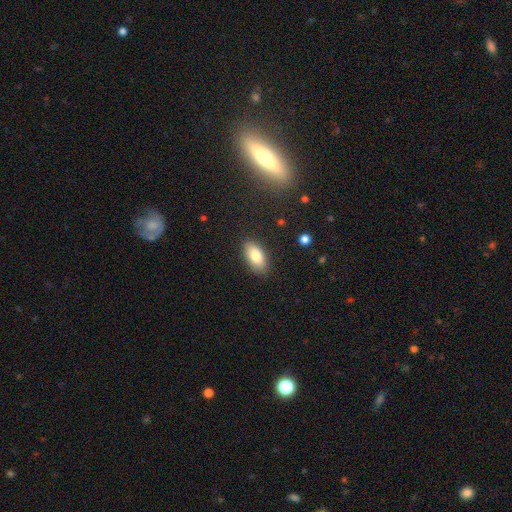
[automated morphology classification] Overall: smooth (82%). How rounded: in between (90%). Merging: none (86%).